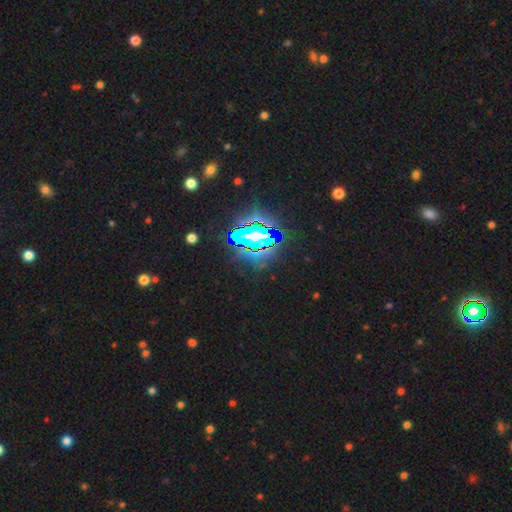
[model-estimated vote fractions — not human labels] Smooth or featured? Predicted: star or artifact (p=0.80).